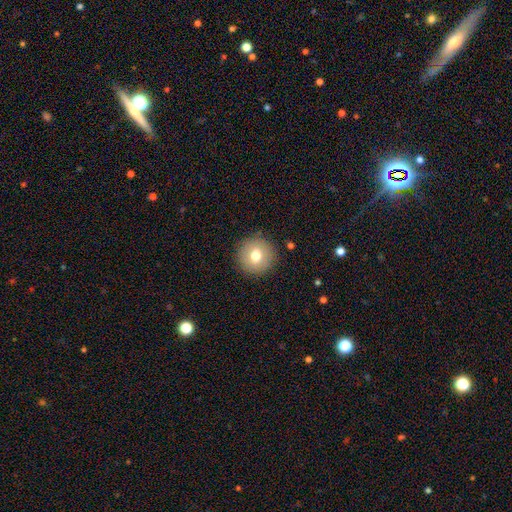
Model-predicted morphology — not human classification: A smooth galaxy with no disk features (73%) that is round (95%).

Vote fractions:
- Smooth or featured? smooth: 73% / featured or disk: 17% / star or artifact: 10%
- How rounded? round: 95% / in between: 4% / cigar-shaped: 1%
- Merging? none: 90% / minor disturbance: 7% / major disturbance: 2% / merger: 1%